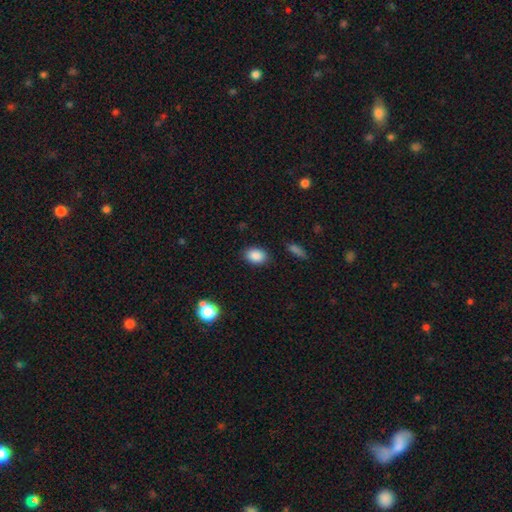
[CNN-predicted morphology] This is clearly a smooth galaxy (88%). How rounded: likely in between (74%). Merging: clearly none (85%).